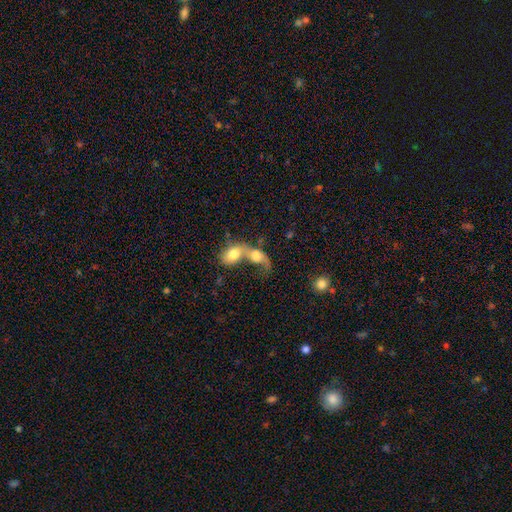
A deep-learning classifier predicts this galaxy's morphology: Smooth or featured? Predicted: smooth (p=0.59). How rounded? Predicted: in between (p=0.67). Merging? Predicted: merger (p=0.82).